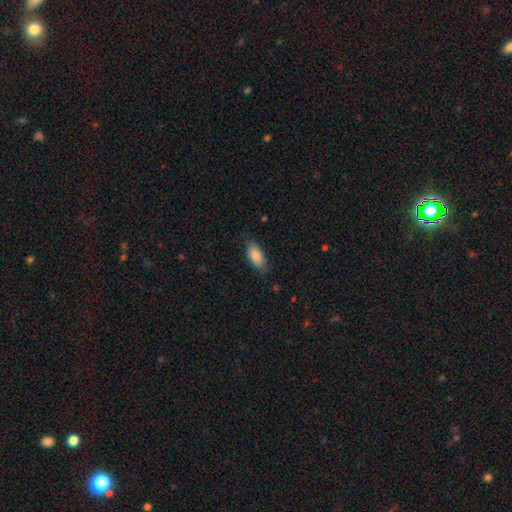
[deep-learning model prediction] The model was most divided on "merging": none: 79%, minor disturbance: 16%, major disturbance: 4%, merger: 1%. More confident: how rounded — in between (90%); smooth or featured — smooth (88%).